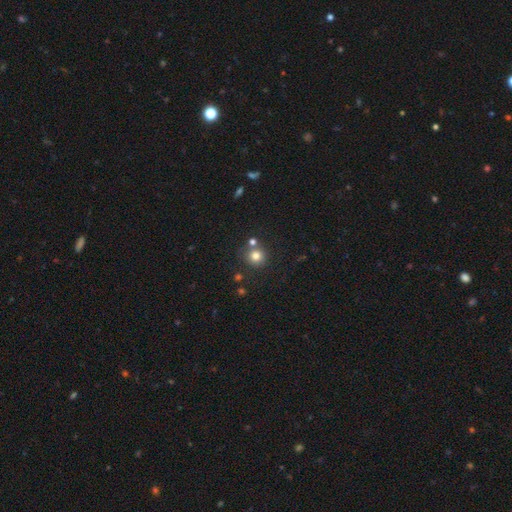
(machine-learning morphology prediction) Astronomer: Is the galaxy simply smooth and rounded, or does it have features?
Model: smooth — 79%.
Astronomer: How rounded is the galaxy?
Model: round — 92%.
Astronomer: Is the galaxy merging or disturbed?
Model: none — 73%.